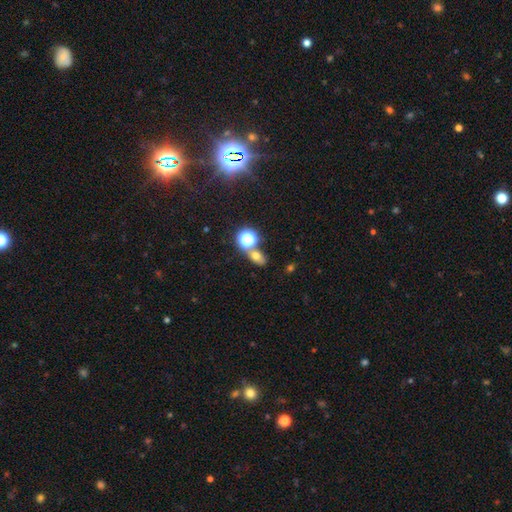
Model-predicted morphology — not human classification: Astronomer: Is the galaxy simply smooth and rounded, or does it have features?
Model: smooth — 62%.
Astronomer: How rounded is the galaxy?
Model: in between — 62%.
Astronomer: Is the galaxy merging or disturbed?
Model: none — 61%.